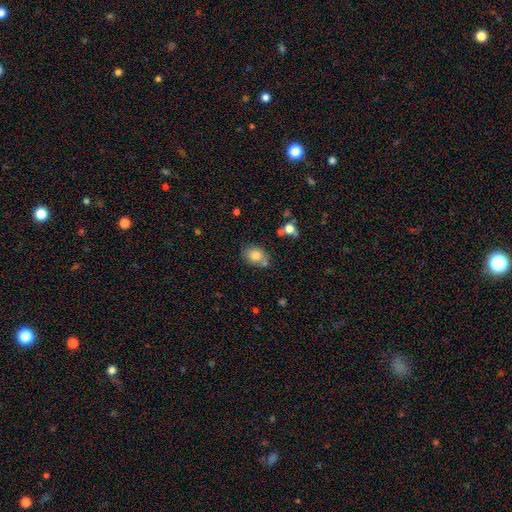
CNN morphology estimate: Overall: smooth (81%). How rounded: in between (62%; round 37%). Merging: none (67%).